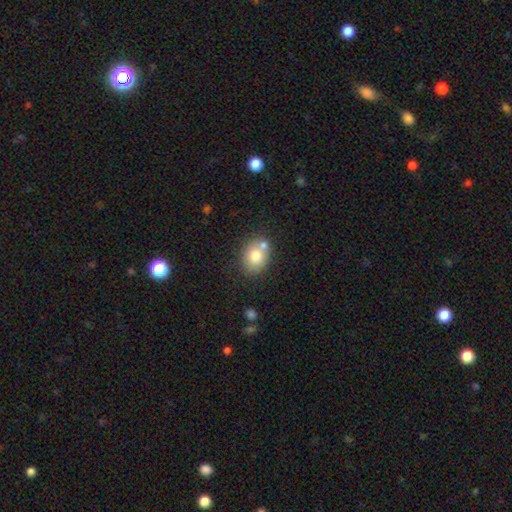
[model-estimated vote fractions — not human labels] The model was most divided on "how rounded": round: 51%, in between: 48%, cigar-shaped: 1%. More confident: smooth or featured — smooth (75%); merging — none (58%).